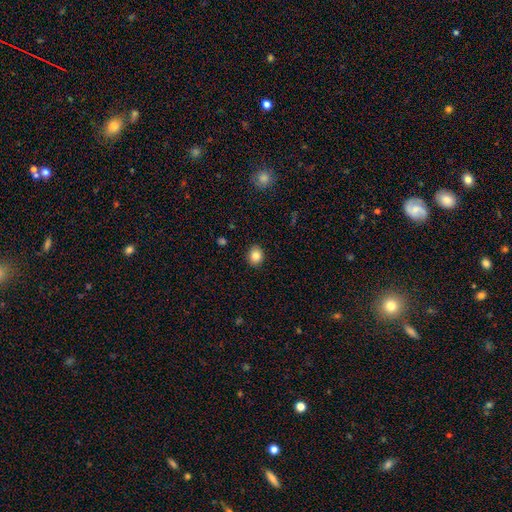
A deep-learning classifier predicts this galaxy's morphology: Q: Smooth or featured?
A: smooth (84%); runner-up: star or artifact (10%)
Q: How rounded?
A: round (65%); runner-up: in between (34%)
Q: Merging?
A: none (90%); runner-up: minor disturbance (8%)